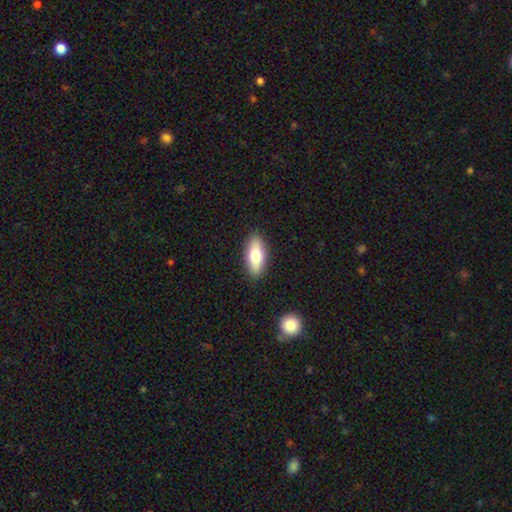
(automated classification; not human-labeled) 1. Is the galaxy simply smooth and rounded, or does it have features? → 69% smooth, 24% featured or disk, 7% star or artifact.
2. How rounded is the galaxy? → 76% in between, 20% cigar-shaped, 3% round.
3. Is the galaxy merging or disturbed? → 88% none, 8% minor disturbance, 2% major disturbance, 1% merger.